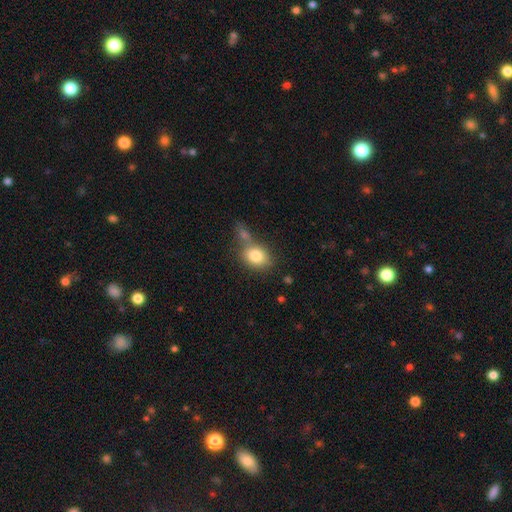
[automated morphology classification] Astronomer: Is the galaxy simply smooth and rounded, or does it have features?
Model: smooth — 81%.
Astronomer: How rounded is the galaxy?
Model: in between — 60% (runner-up: round, 38%).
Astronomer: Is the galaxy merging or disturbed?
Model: none — 49% (runner-up: merger, 28%).